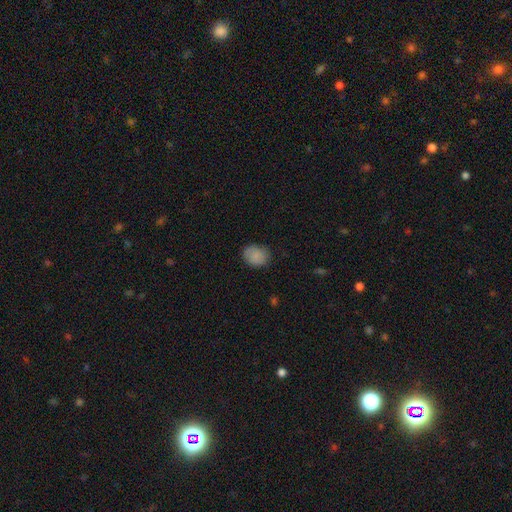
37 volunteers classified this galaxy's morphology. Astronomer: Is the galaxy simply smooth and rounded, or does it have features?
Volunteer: smooth — 84%.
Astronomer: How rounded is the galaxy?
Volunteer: round — 61% (runner-up: in between, 39%).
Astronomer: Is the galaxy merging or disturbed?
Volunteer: none — 77%.